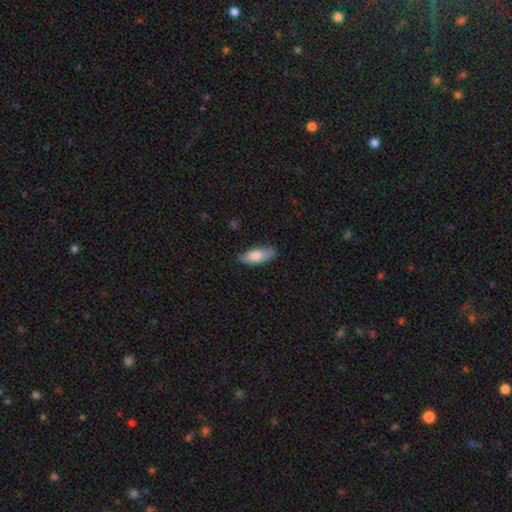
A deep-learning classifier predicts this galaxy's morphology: Smooth or featured?
  - smooth: 80% *
  - featured or disk: 14%
  - star or artifact: 6%
How rounded?
  - in between: 75% *
  - cigar-shaped: 23%
  - round: 2%
Merging?
  - none: 74% *
  - minor disturbance: 21%
  - major disturbance: 3%
  - merger: 1%